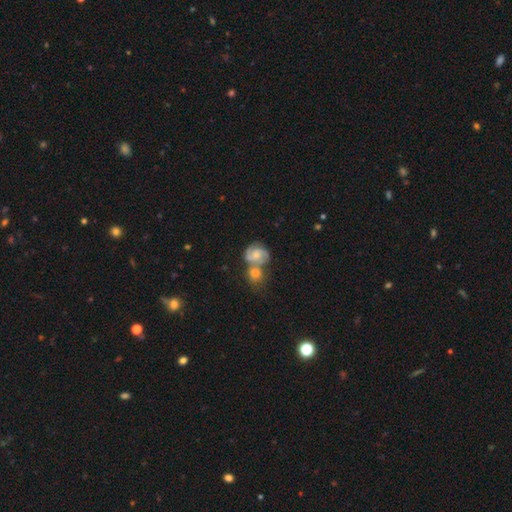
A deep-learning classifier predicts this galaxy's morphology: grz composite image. It shows a featured or disk galaxy (69%) with no bar (61%), 2 (68%) medium (49%) spiral arms (92%) and a moderate central bulge (44%). Merging: merger (53%).